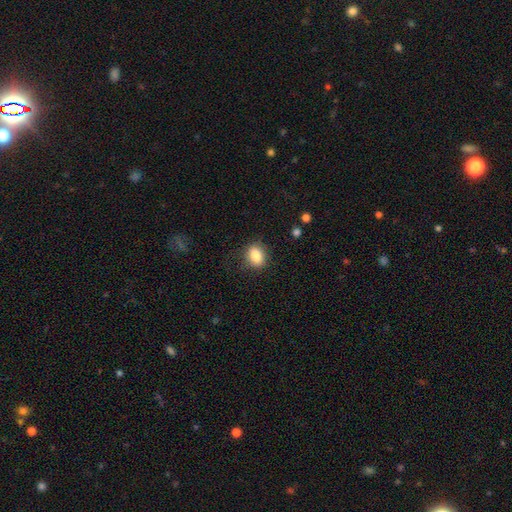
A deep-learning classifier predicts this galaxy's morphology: This appears to be a smooth galaxy with no disk features (84%) that is in between round and cigar-shaped (67%). Merging: none (81%).